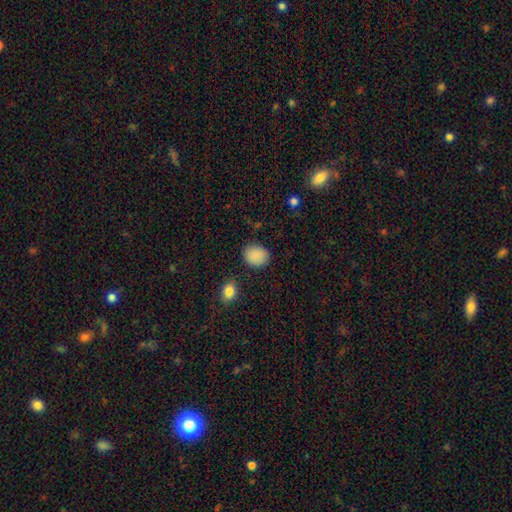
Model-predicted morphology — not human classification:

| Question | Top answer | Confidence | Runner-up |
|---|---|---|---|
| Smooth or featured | smooth | 88% | star or artifact (8%) |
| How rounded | round | 63% | in between (36%) |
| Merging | none | 84% | minor disturbance (11%) |